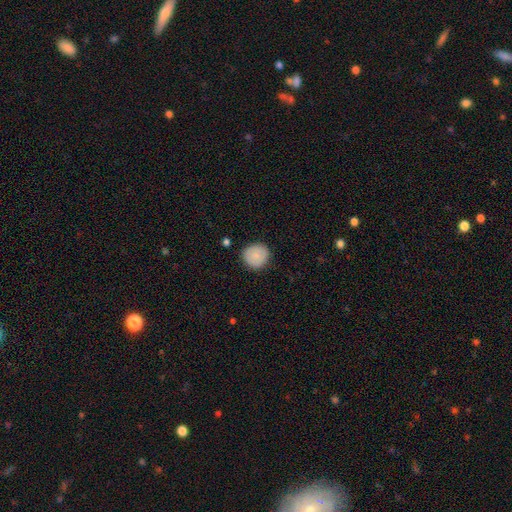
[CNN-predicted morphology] smooth_or_featured: smooth (p=0.86) [alt: star or artifact p=0.07]
how_rounded: round (p=0.92) [alt: in between p=0.07]
merging: none (p=0.88) [alt: minor disturbance p=0.08]